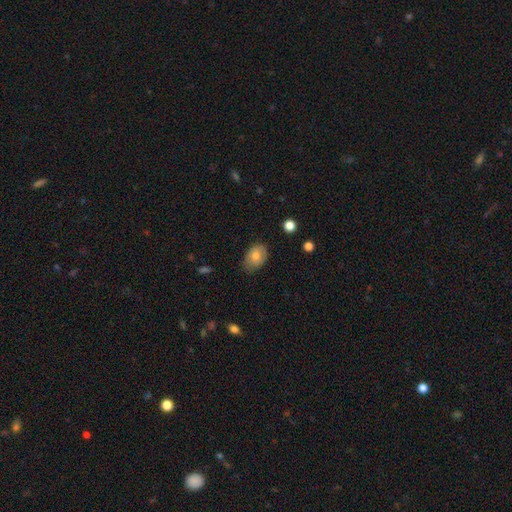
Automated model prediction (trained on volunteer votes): smooth 75%, featured or disk 18%, star or artifact 7%. Down the decision tree: how rounded — in between (84%); merging — none (71%).